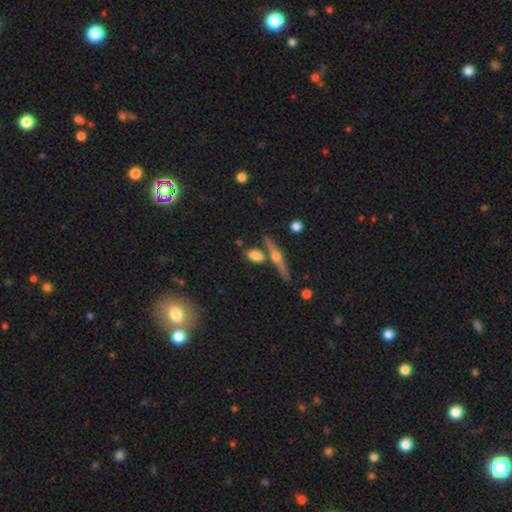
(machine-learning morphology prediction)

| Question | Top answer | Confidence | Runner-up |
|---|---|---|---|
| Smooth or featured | smooth | 61% | featured or disk (30%) |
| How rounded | in between | 67% | cigar-shaped (20%) |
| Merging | none | 63% | merger (20%) |